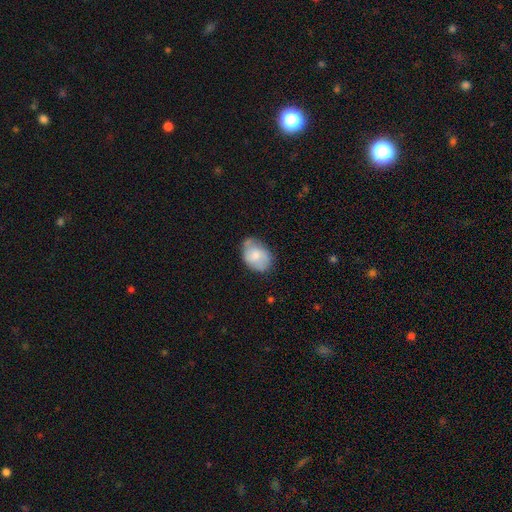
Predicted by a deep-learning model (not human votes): A smooth galaxy with no disk features (64%) that is in between round and cigar-shaped (80%). Merging: none (56%).